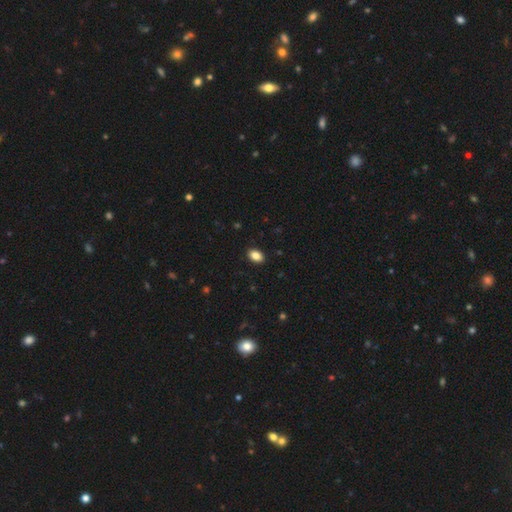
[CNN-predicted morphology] Q: Smooth or featured?
A: smooth (87%); runner-up: star or artifact (9%)
Q: How rounded?
A: in between (85%); runner-up: round (13%)
Q: Merging?
A: none (90%); runner-up: minor disturbance (7%)